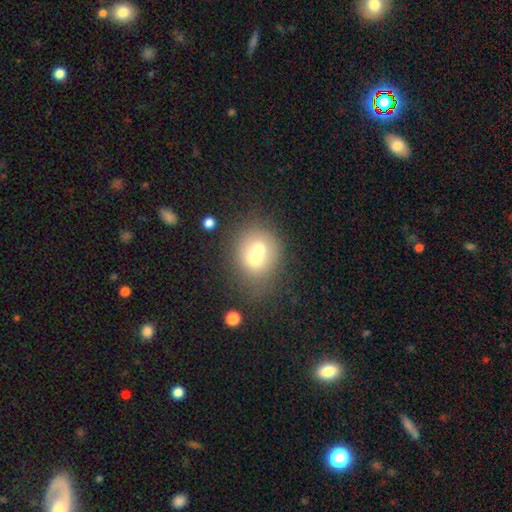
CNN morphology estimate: type=smooth (63%); roundness=round (71%); merging=merger (60%).